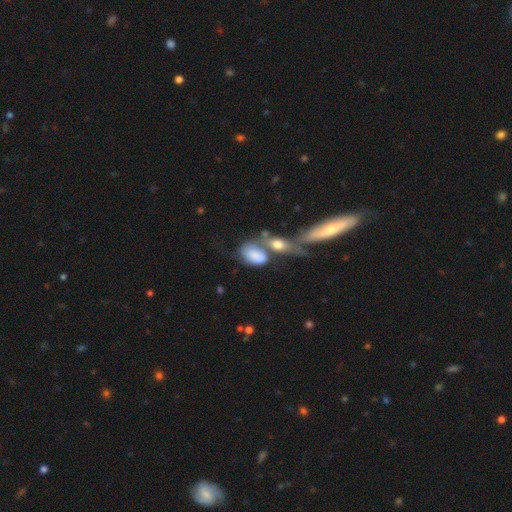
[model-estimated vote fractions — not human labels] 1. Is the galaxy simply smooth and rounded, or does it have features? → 72% smooth, 20% featured or disk, 8% star or artifact.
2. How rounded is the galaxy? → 88% in between, 9% round, 4% cigar-shaped.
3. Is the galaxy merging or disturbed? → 53% merger, 19% none, 14% major disturbance, 14% minor disturbance.